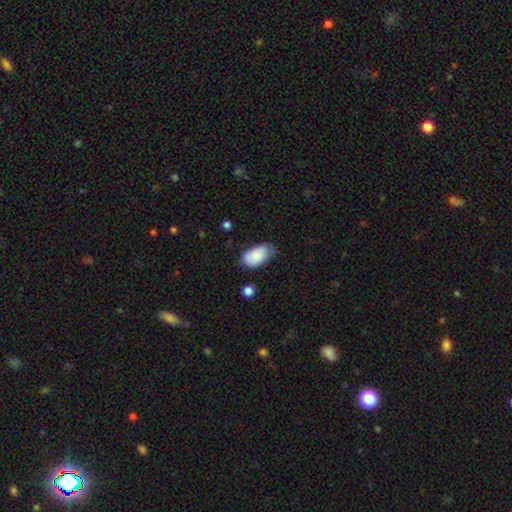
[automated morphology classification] Smooth or featured: smooth — 88% (star or artifact — 6%)
How rounded: in between — 95% (round — 4%)
Merging: none — 63% (minor disturbance — 29%)